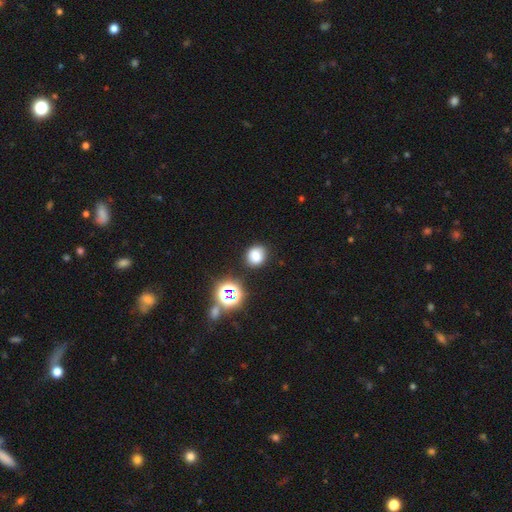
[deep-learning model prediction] Smooth or featured?
  - smooth: 76% *
  - star or artifact: 17%
  - featured or disk: 7%
How rounded?
  - round: 71% *
  - in between: 28%
  - cigar-shaped: 1%
Merging?
  - none: 82% *
  - minor disturbance: 12%
  - major disturbance: 3%
  - merger: 3%